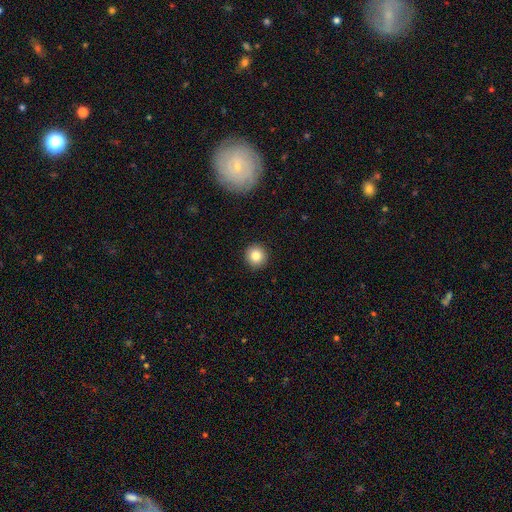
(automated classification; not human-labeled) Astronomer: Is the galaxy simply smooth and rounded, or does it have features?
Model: smooth — 83%.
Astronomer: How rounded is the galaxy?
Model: round — 94%.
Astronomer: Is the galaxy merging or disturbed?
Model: none — 92%.